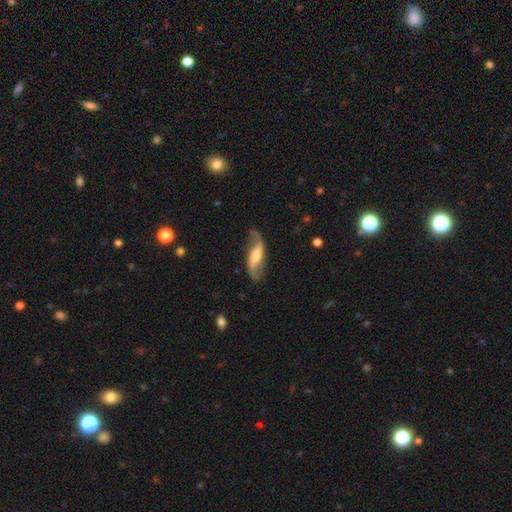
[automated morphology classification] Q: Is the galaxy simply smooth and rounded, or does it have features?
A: featured or disk — 76%.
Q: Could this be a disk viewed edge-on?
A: no — 86%.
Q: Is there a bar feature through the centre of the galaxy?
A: weak — 40%.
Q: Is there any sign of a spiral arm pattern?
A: yes — 92%.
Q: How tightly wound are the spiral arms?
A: loose — 77%.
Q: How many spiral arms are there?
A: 2 — 90%.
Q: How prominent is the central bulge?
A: moderate — 54%.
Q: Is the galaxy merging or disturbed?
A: none — 71%.